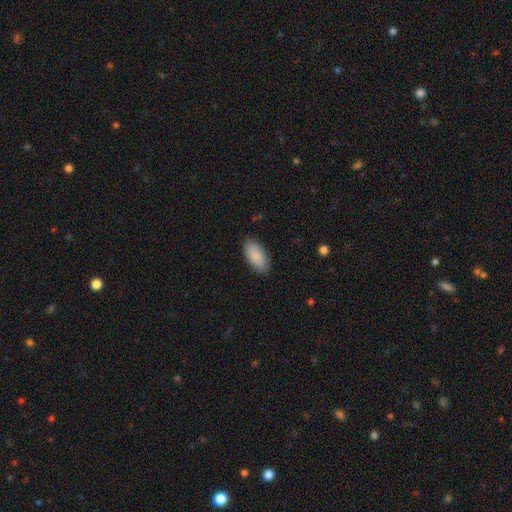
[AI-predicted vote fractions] A smooth galaxy with no disk features (88%) that is in between round and cigar-shaped (93%).

Vote fractions:
- Smooth or featured? smooth: 88% / featured or disk: 6% / star or artifact: 6%
- How rounded? in between: 93% / cigar-shaped: 6% / round: 2%
- Merging? none: 87% / minor disturbance: 10% / major disturbance: 2% / merger: 1%